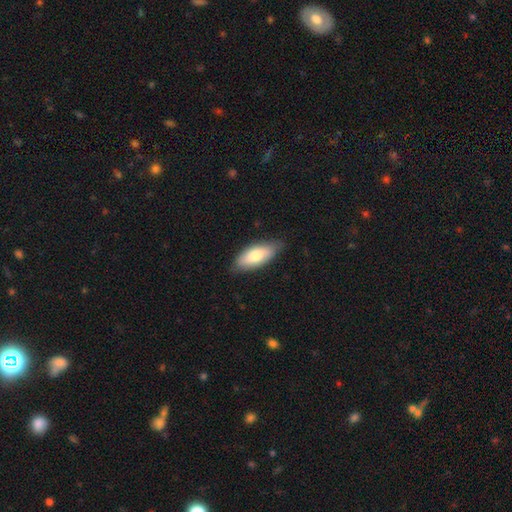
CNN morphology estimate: smooth-or-featured: smooth: 72% | featured or disk: 22% | star or artifact: 5%
  how-rounded: in between: 83% | cigar-shaped: 15% | round: 2%
  merging: none: 79% | minor disturbance: 17% | major disturbance: 2% | merger: 1%